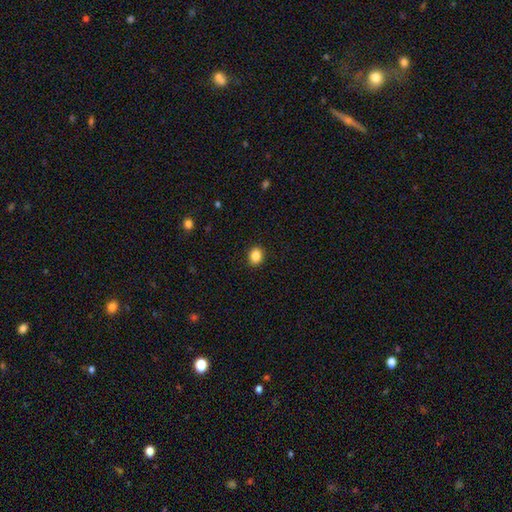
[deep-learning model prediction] Morphology: type=smooth (87%); roundness=in between (51%); merging=none (91%).